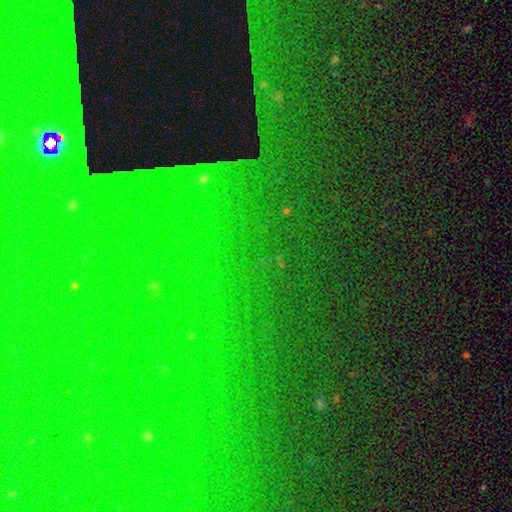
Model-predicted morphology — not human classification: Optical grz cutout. It shows a star or artifact, not a galaxy (80%).